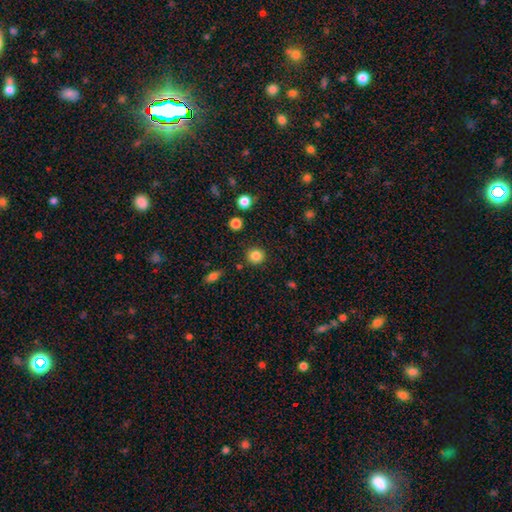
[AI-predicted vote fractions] Q: Smooth or featured?
A: smooth (85%); runner-up: star or artifact (11%)
Q: How rounded?
A: round (91%); runner-up: in between (8%)
Q: Merging?
A: none (88%); runner-up: minor disturbance (7%)